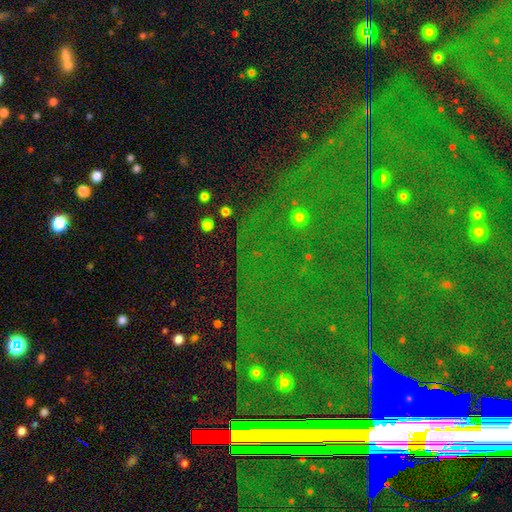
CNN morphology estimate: Smooth or featured? Predicted: star or artifact (p=0.81).